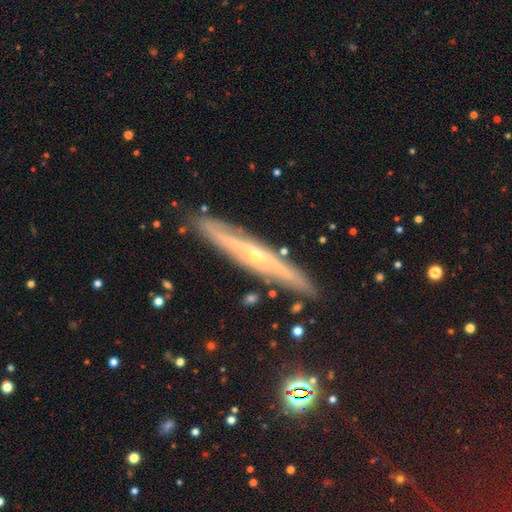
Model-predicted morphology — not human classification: featured or disk 77%, smooth 16%, star or artifact 8%. Down the decision tree: edge-on disk — yes (88%); edge-on bulge — rounded (69%); merging — none (86%).